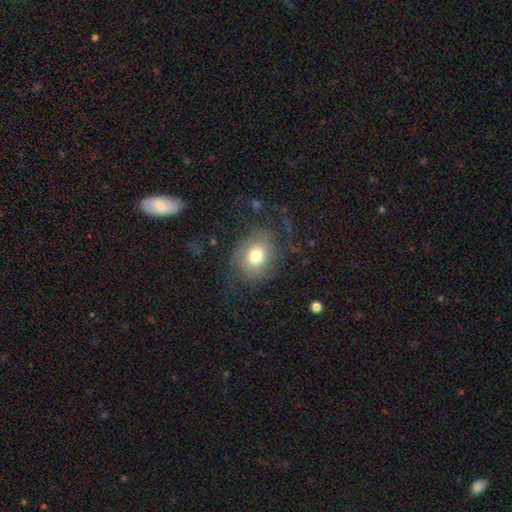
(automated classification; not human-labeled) Overall: smooth (65%). How rounded: round (57%; in between 42%). Merging: none (63%).